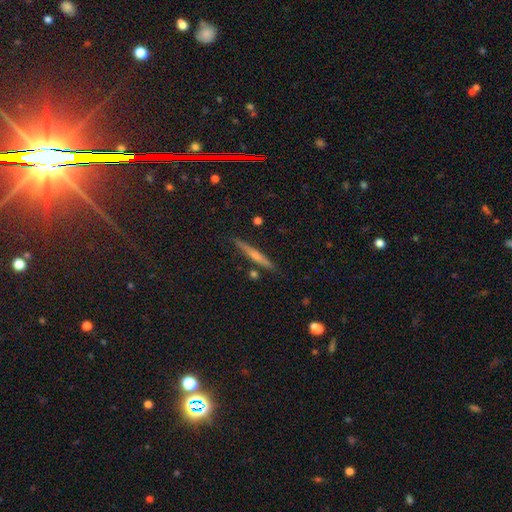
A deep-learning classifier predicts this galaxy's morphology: type=featured or disk (50%); edge-on=yes (96%); merging=none (86%).